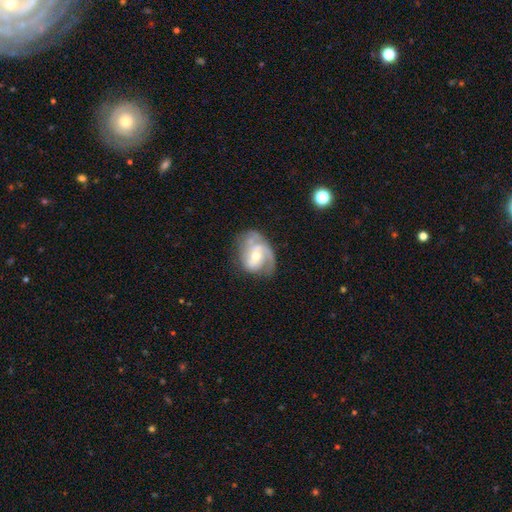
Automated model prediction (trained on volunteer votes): smooth-or-featured: featured or disk: 80% | smooth: 15% | star or artifact: 6%
  disk-edge-on: no: 97% | yes: 3%
    bar: no: 52% | weak: 38% | strong: 10%
    has-spiral-arms: yes: 90% | no: 10%
      spiral-winding: medium: 44% | tight: 33% | loose: 22%
      spiral-arm-count: 2: 47% | 1: 20% | can't tell: 16% | 3: 12% | 4: 2% | more than 4: 2%
    bulge-size: moderate: 56% | small: 39% | large: 3% | none: 1% | dominant: 1%
  merging: none: 49% | minor disturbance: 26% | major disturbance: 20% | merger: 5%